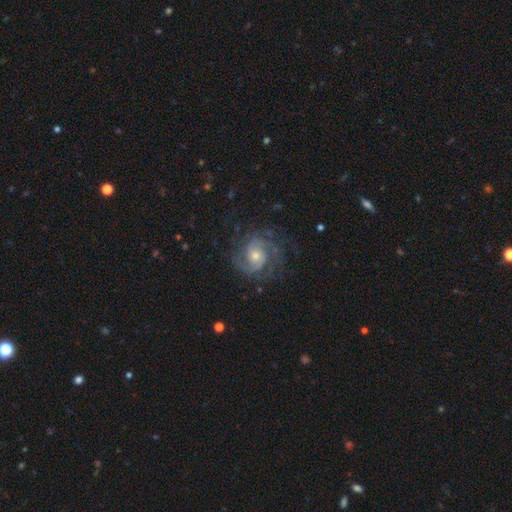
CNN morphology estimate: A featured or disk galaxy (88%) with no bar (67%), 2 (60%) tight (50%) spiral arms (97%) and a moderate central bulge (48%).

Vote fractions:
- Smooth or featured? featured or disk: 88% / smooth: 6% / star or artifact: 6%
- Edge-on disk? no: 98% / yes: 2%
- Bar? no: 67% / weak: 27% / strong: 6%
- Spiral arms? yes: 97% / no: 3%
- Spiral winding? tight: 50% / medium: 41% / loose: 9%
- Spiral arm count? 2: 60% / 3: 16% / can't tell: 13% / 4: 4% / 1: 4% / more than 4: 4%
- Bulge size? moderate: 48% / small: 46% / large: 4% / none: 1% / dominant: 1%
- Merging? none: 74% / minor disturbance: 15% / major disturbance: 10% / merger: 1%